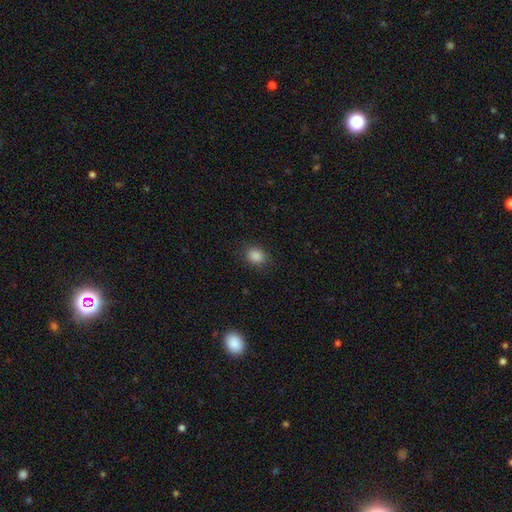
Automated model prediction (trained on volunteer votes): A smooth galaxy with no disk features (86%) that is round (58%).

Vote fractions:
- Smooth or featured? smooth: 86% / star or artifact: 11% / featured or disk: 3%
- How rounded? round: 58% / in between: 41% / cigar-shaped: 1%
- Merging? none: 87% / minor disturbance: 9% / major disturbance: 3% / merger: 1%